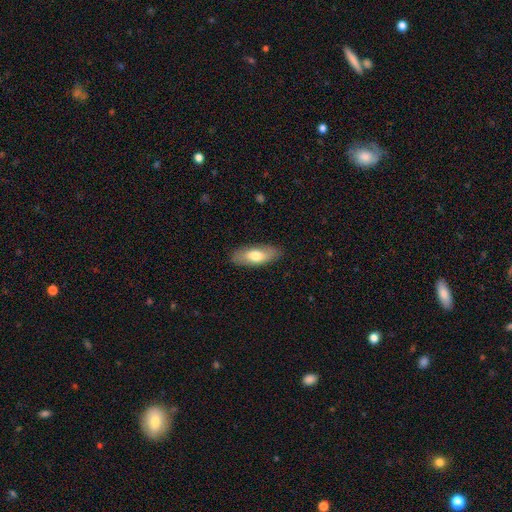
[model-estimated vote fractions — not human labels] A smooth galaxy with no disk features (71%) that is in between round and cigar-shaped (76%).

Vote fractions:
- Smooth or featured? smooth: 71% / featured or disk: 23% / star or artifact: 6%
- How rounded? in between: 76% / cigar-shaped: 22% / round: 2%
- Merging? none: 86% / minor disturbance: 11% / major disturbance: 2% / merger: 1%